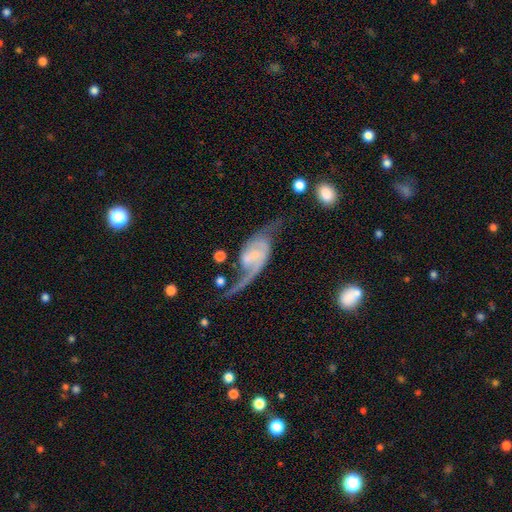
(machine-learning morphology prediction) A featured or disk galaxy (87%) with a weak bar (45%), 2 (87%) loose (64%) spiral arms (95%) and a small central bulge (50%). Merging: none (48%).